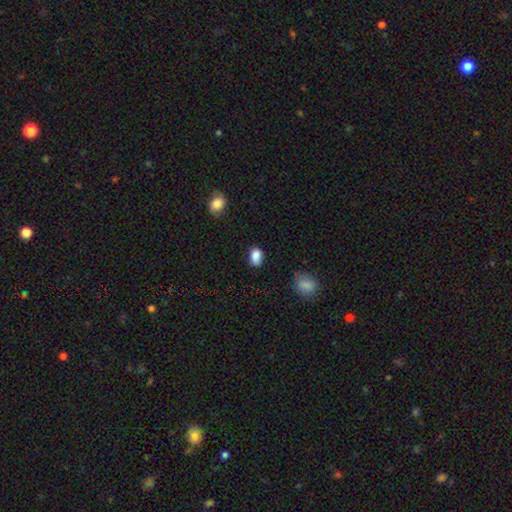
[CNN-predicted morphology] Overall: smooth (87%). How rounded: in between (84%). Merging: none (73%).